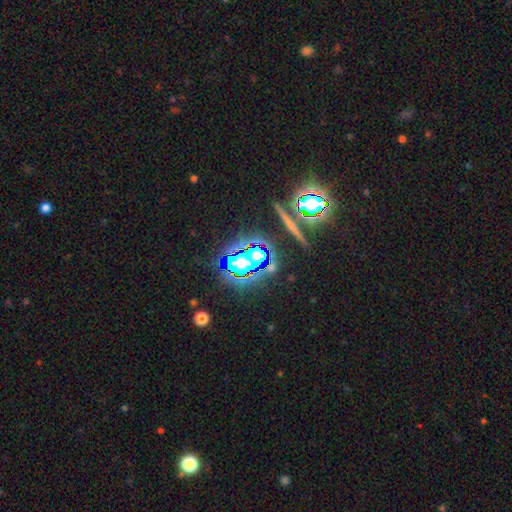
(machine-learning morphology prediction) A star or artifact, not a galaxy (56%).